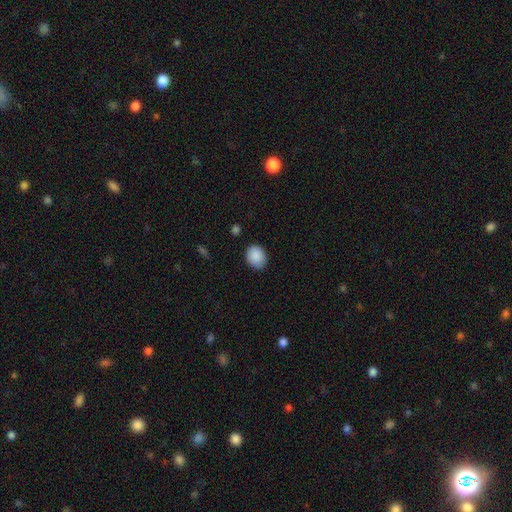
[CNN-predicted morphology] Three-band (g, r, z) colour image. It shows a smooth galaxy with no disk features (89%) that is round (51%). Merging: none (82%).